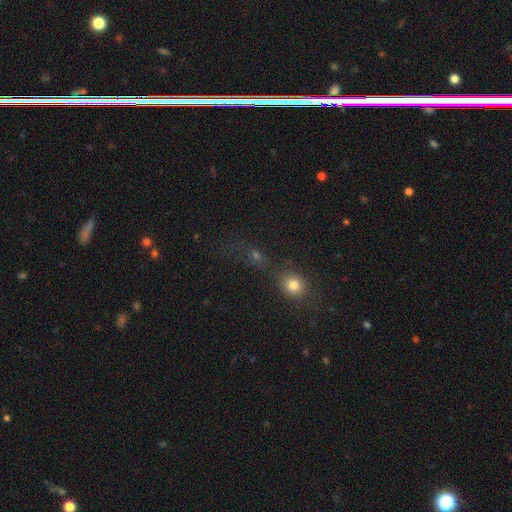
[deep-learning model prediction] This is possibly a smooth galaxy (57%). How rounded: likely round (65%). Merging: possibly none (48%).